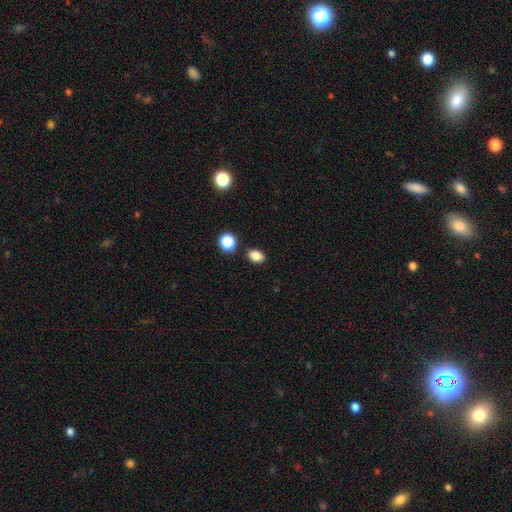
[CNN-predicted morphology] Q: Smooth or featured?
A: smooth (85%); runner-up: star or artifact (11%)
Q: How rounded?
A: in between (73%); runner-up: round (26%)
Q: Merging?
A: none (83%); runner-up: minor disturbance (9%)